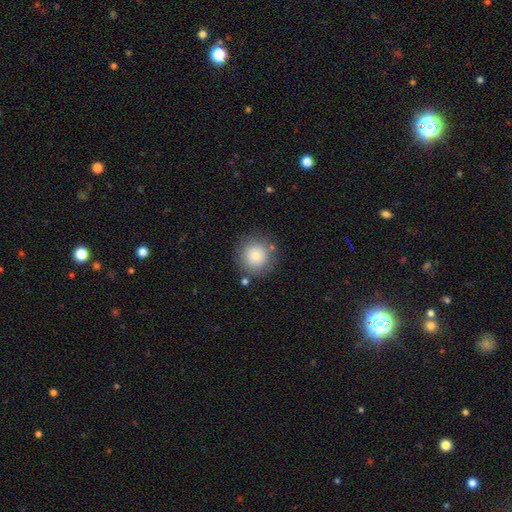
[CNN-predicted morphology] A smooth galaxy with no disk features (78%) that is round (94%).

Vote fractions:
- Smooth or featured? smooth: 78% / featured or disk: 12% / star or artifact: 10%
- How rounded? round: 94% / in between: 5% / cigar-shaped: 1%
- Merging? none: 83% / minor disturbance: 10% / major disturbance: 4% / merger: 4%